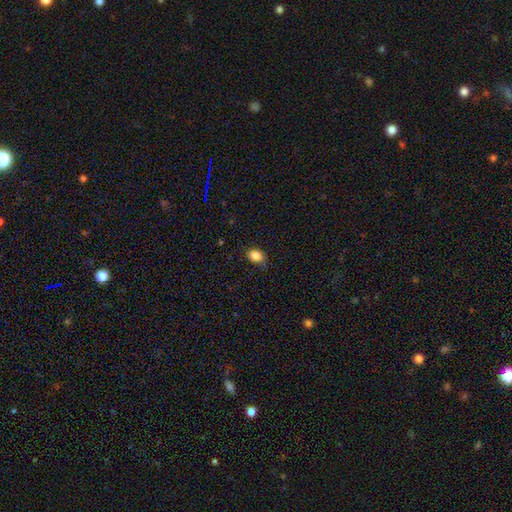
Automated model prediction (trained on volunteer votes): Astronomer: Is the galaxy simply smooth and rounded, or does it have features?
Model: smooth — 85%.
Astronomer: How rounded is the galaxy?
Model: in between — 63%.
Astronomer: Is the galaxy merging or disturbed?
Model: none — 73%.